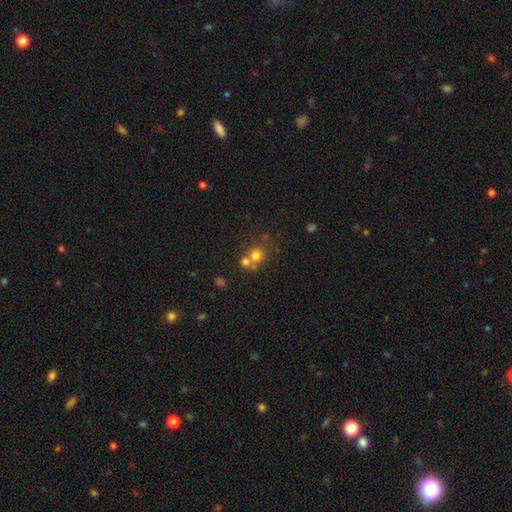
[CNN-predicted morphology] This is likely a smooth galaxy (71%). How rounded: clearly round (84%). Merging: possibly none (45%).